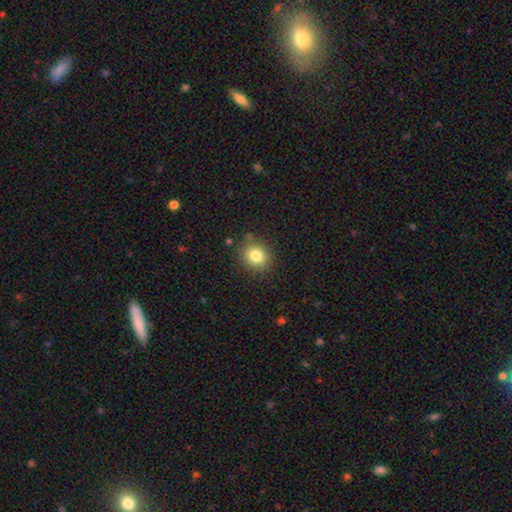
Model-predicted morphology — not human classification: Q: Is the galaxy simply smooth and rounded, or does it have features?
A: smooth — 81%.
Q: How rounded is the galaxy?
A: round — 78%.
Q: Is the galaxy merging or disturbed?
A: none — 84%.